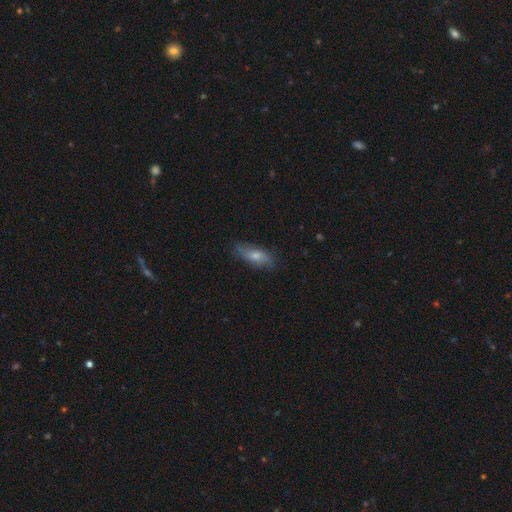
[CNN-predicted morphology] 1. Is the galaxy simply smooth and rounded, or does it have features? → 55% smooth, 38% featured or disk, 7% star or artifact.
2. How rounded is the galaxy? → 63% in between, 34% cigar-shaped, 3% round.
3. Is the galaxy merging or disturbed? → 78% none, 17% minor disturbance, 4% major disturbance, 1% merger.